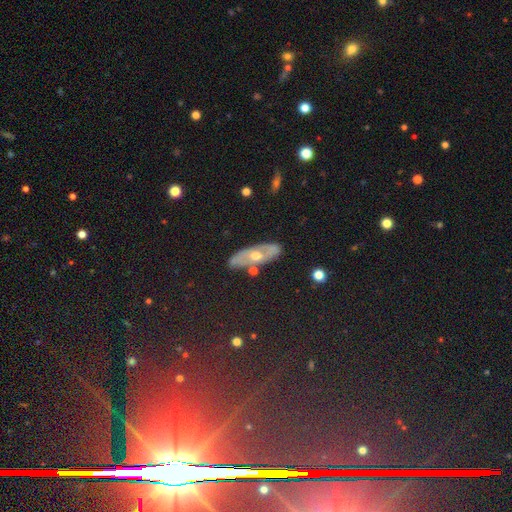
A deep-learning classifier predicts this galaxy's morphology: The model was most divided on "smooth or featured": featured or disk: 53%, smooth: 30%, star or artifact: 16%. More confident: merging — none (83%); edge-on disk — no (68%).